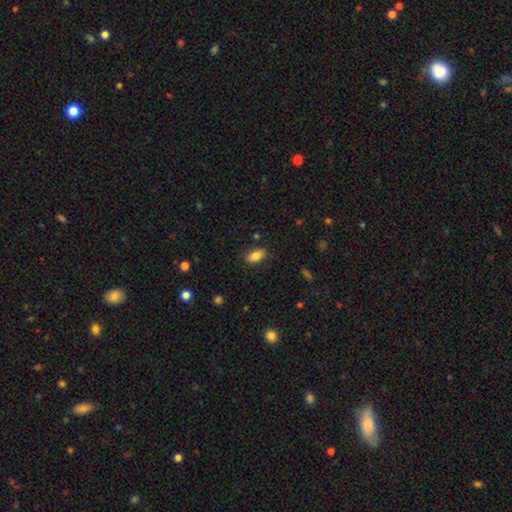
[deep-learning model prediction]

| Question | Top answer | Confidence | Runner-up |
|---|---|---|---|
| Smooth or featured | smooth | 82% | featured or disk (10%) |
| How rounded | in between | 89% | cigar-shaped (7%) |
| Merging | none | 85% | minor disturbance (11%) |